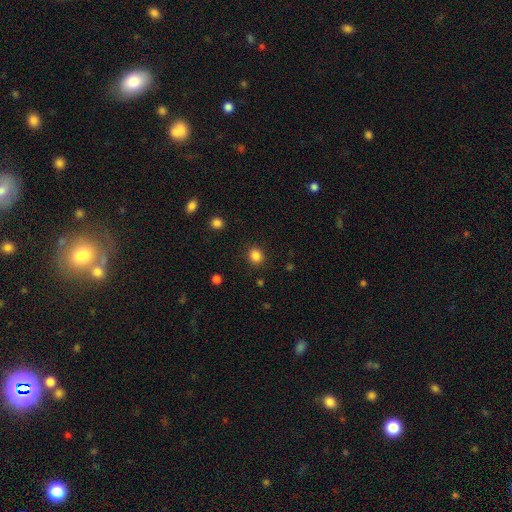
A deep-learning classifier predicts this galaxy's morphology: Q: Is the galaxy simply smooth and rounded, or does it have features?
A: smooth — 85%.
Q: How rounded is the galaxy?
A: round — 80%.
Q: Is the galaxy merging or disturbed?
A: none — 89%.